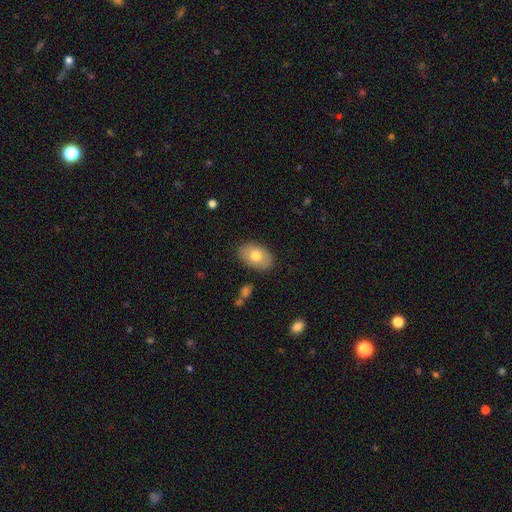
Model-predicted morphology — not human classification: Smooth or featured? smooth (74%)
How rounded? in between (90%)
Merging? none (86%)